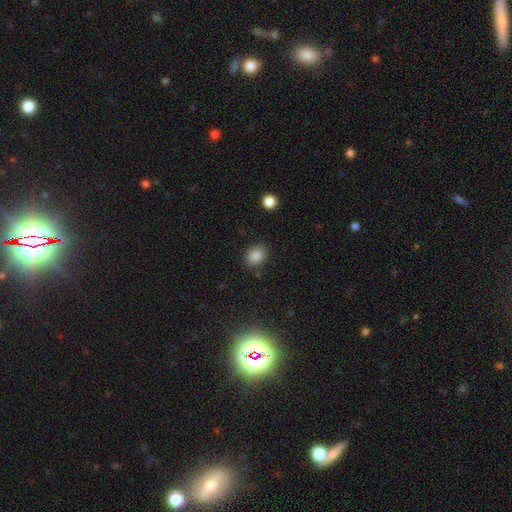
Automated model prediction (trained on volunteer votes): Smooth or featured? smooth (86%)
How rounded? in between (63%)
Merging? none (84%)